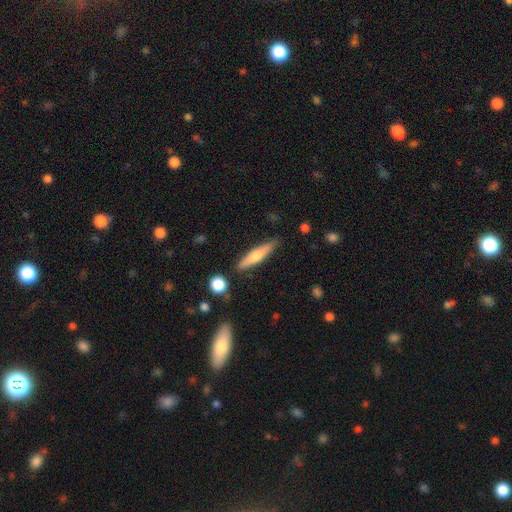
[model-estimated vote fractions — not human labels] Smooth or featured? Predicted: smooth (p=0.55). How rounded? Predicted: cigar-shaped (p=0.85). Merging? Predicted: none (p=0.83).